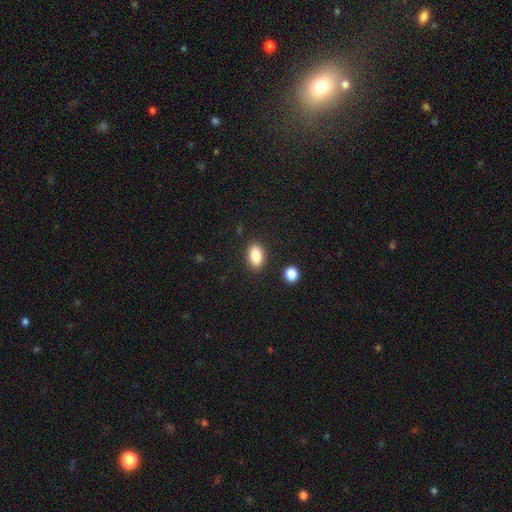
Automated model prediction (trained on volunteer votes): Smooth or featured? smooth (86%)
How rounded? in between (87%)
Merging? none (87%)